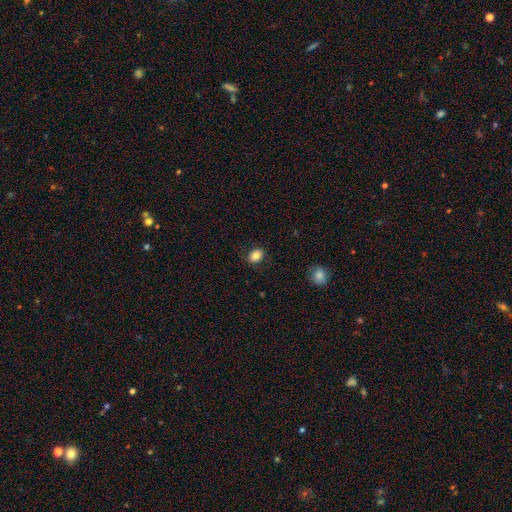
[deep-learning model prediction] smooth-or-featured: smooth: 84% | star or artifact: 9% | featured or disk: 6%
  how-rounded: in between: 64% | round: 35% | cigar-shaped: 1%
  merging: none: 84% | minor disturbance: 11% | major disturbance: 3% | merger: 1%